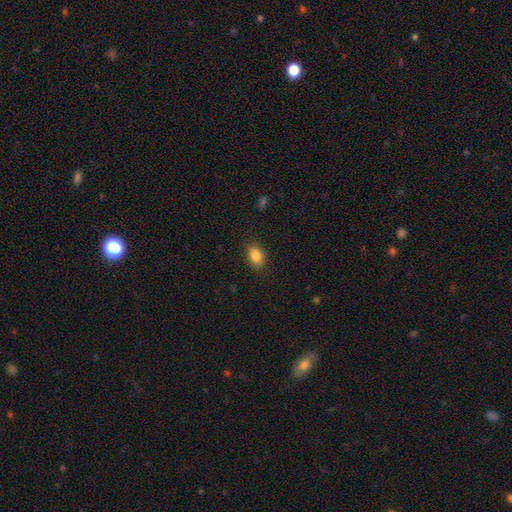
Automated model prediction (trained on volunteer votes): Smooth or featured?
  - smooth: 85% *
  - star or artifact: 8%
  - featured or disk: 7%
How rounded?
  - in between: 86% *
  - round: 12%
  - cigar-shaped: 2%
Merging?
  - none: 88% *
  - minor disturbance: 9%
  - major disturbance: 2%
  - merger: 1%